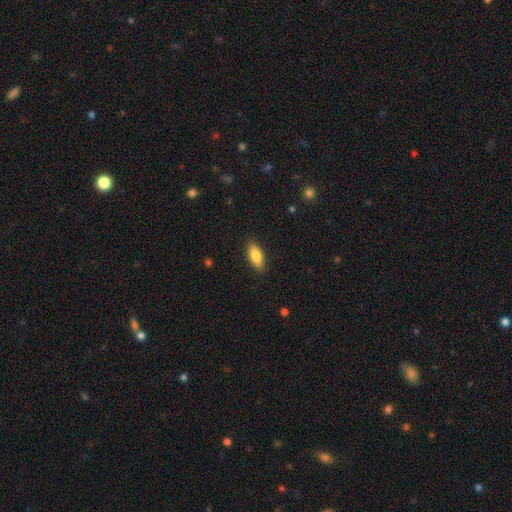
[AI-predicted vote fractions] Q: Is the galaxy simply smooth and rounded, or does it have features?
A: smooth — 82%.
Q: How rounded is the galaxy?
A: in between — 81%.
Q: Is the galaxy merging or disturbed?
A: none — 88%.